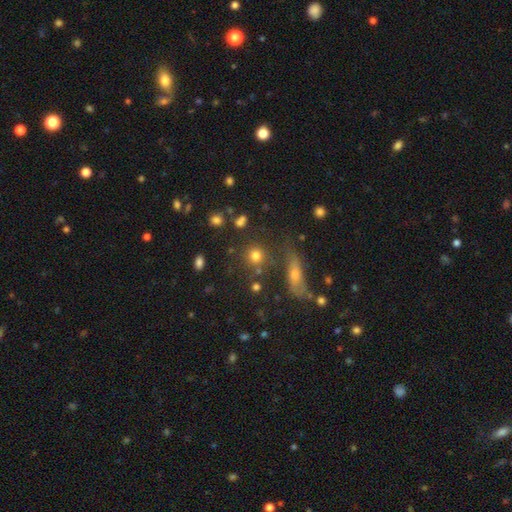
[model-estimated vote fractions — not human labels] Smooth or featured? Predicted: smooth (p=0.76). How rounded? Predicted: round (p=0.86). Merging? Predicted: none (p=0.74).